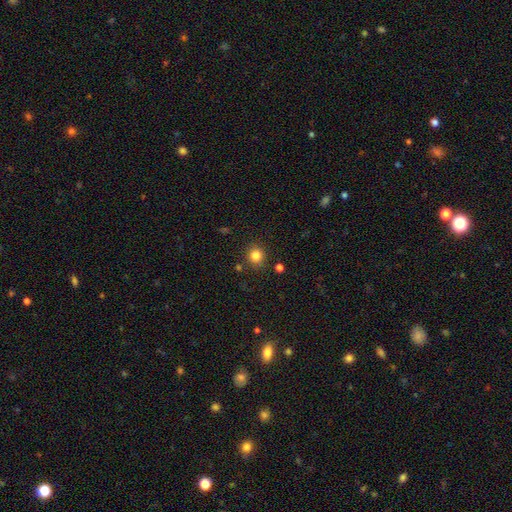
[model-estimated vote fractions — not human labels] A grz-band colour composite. It shows a smooth galaxy with no disk features (83%) that is round (87%). Merging: none (86%).